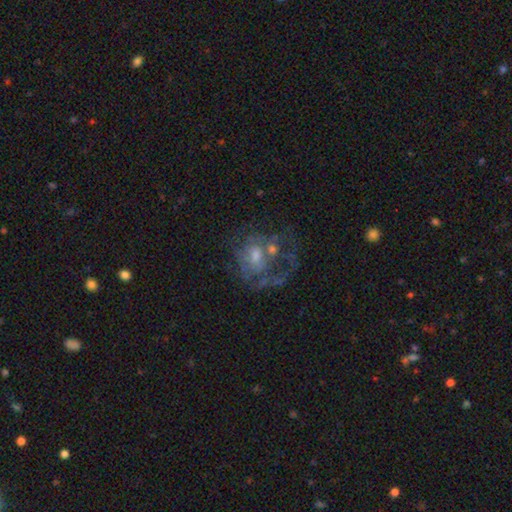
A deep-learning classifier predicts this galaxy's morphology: Smooth or featured: featured or disk — 65% (smooth — 22%)
Edge-on disk: no — 98% (yes — 2%)
Bar: no — 76% (weak — 21%)
Spiral arms: no — 55% (yes — 45%)
Bulge size: moderate — 45% (small — 37%)
Merging: major disturbance — 37% (none — 32%)